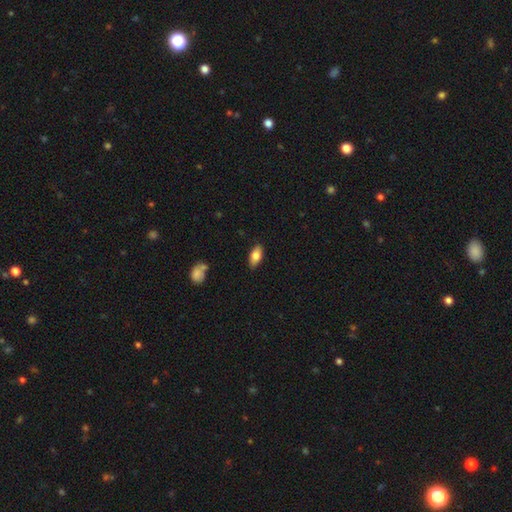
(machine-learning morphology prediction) Smooth or featured? Predicted: smooth (p=0.79). How rounded? Predicted: in between (p=0.90). Merging? Predicted: none (p=0.86).